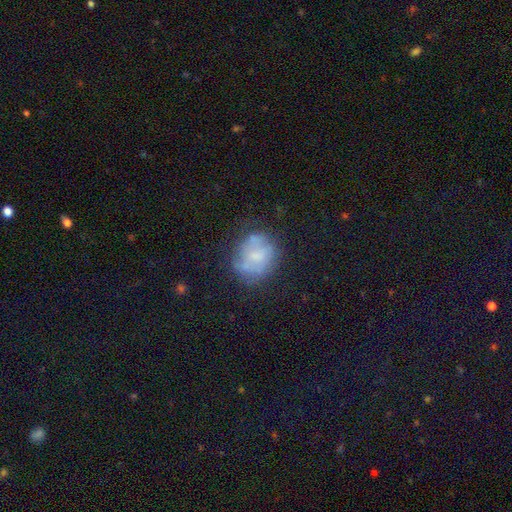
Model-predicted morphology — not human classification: This appears to be a smooth galaxy with no disk features (46%). Merging: none (60%).